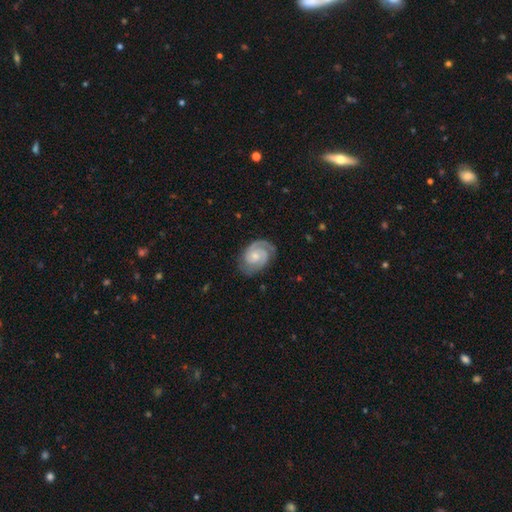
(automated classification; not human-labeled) Morphology: type=featured or disk (87%); edge-on=no (98%); bar=no (63%); spiral arms=yes (98%); winding=tight (61%); arm count=2 (80%); bulge=small (52%); merging=none (78%).